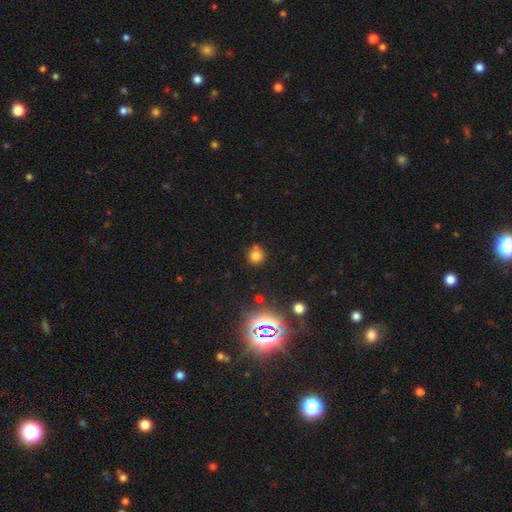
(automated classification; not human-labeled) Smooth or featured?
  - smooth: 73% *
  - star or artifact: 20%
  - featured or disk: 7%
How rounded?
  - round: 89% *
  - in between: 10%
  - cigar-shaped: 1%
Merging?
  - none: 70% *
  - minor disturbance: 15%
  - merger: 11%
  - major disturbance: 4%